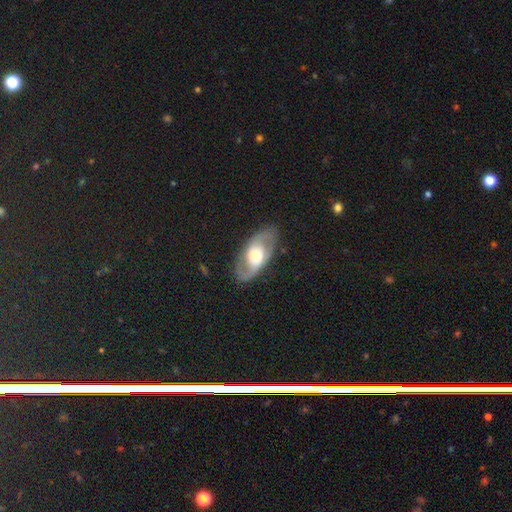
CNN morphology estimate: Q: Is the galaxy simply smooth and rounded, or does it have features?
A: featured or disk — 73%.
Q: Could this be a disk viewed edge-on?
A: no — 92%.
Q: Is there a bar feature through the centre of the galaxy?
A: no — 59%.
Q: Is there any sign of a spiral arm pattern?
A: yes — 77%.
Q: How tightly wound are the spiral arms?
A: medium — 46%.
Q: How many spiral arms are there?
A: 2 — 87%.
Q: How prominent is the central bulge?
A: moderate — 59%.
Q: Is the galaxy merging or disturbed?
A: none — 83%.